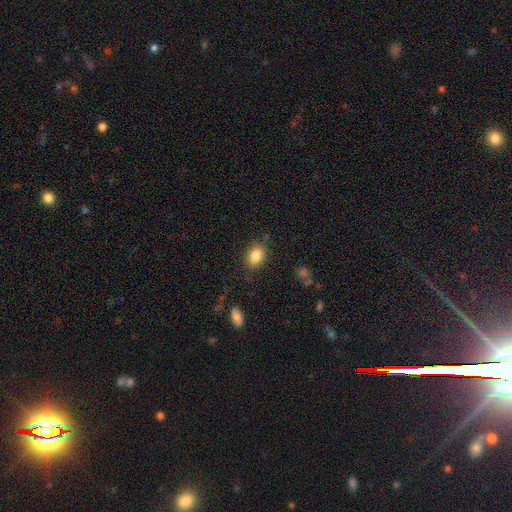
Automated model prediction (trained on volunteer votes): Smooth or featured: smooth — 84% (star or artifact — 8%)
How rounded: in between — 80% (round — 18%)
Merging: none — 82% (minor disturbance — 12%)